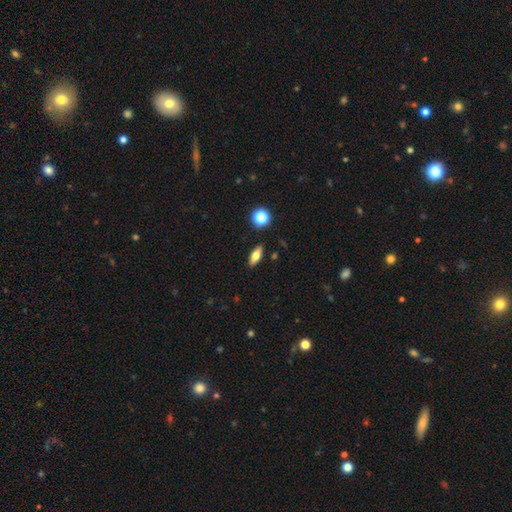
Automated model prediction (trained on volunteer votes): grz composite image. It shows a smooth galaxy with no disk features (62%) that is in between round and cigar-shaped (70%). Merging: none (88%).